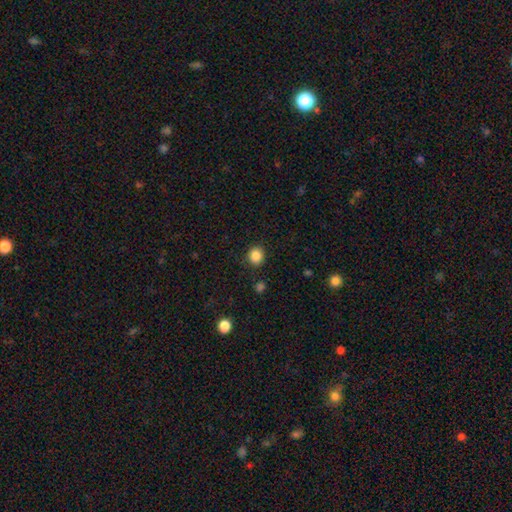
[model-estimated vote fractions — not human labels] smooth_or_featured: smooth (p=0.85) [alt: star or artifact p=0.11]
how_rounded: round (p=0.80) [alt: in between p=0.20]
merging: none (p=0.88) [alt: minor disturbance p=0.08]